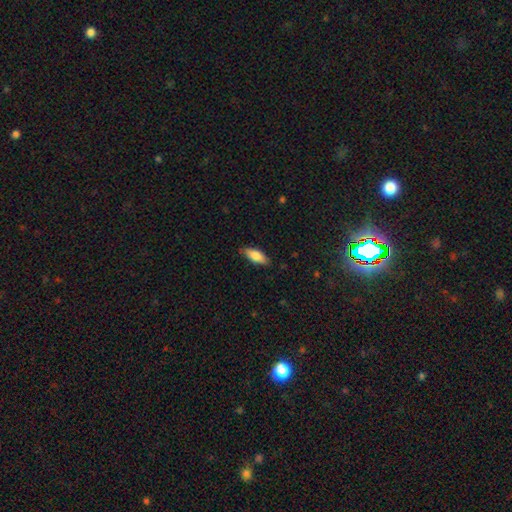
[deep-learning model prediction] A smooth galaxy with no disk features (79%) that is in between round and cigar-shaped (74%). Merging: none (81%).